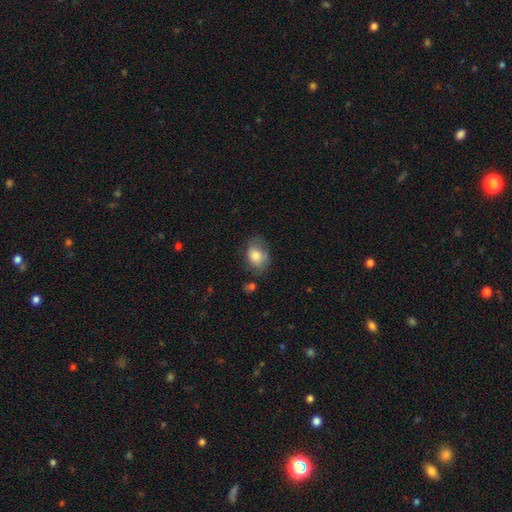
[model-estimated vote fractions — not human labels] Morphology: type=smooth (79%); roundness=in between (76%); merging=none (55%).